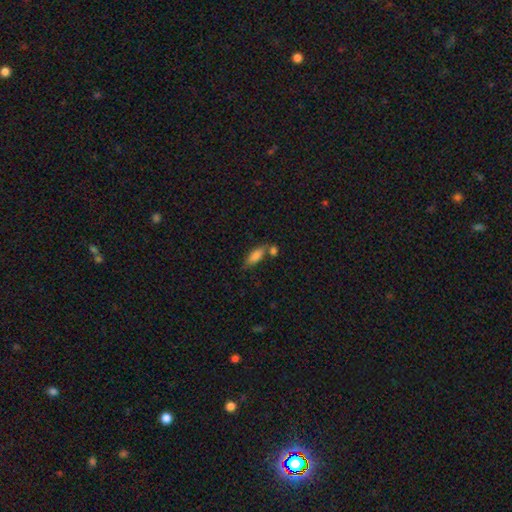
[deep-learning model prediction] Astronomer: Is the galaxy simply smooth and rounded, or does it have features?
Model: smooth — 82%.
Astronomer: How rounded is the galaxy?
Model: in between — 76%.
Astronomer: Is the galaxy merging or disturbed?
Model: none — 54%.